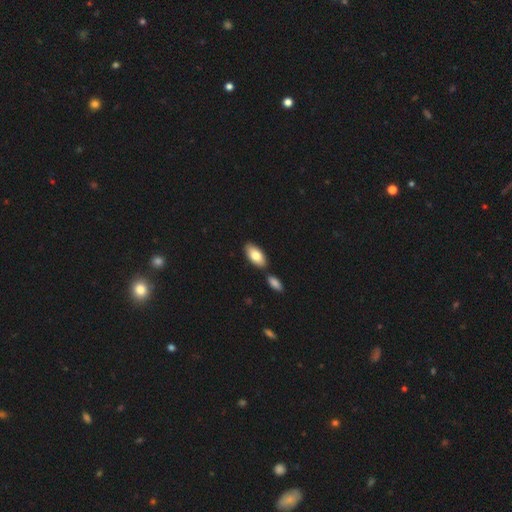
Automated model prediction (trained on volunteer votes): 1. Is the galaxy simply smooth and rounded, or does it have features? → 79% smooth, 15% featured or disk, 6% star or artifact.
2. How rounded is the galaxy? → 92% in between, 6% cigar-shaped, 2% round.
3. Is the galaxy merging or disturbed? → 73% none, 14% merger, 10% minor disturbance, 2% major disturbance.